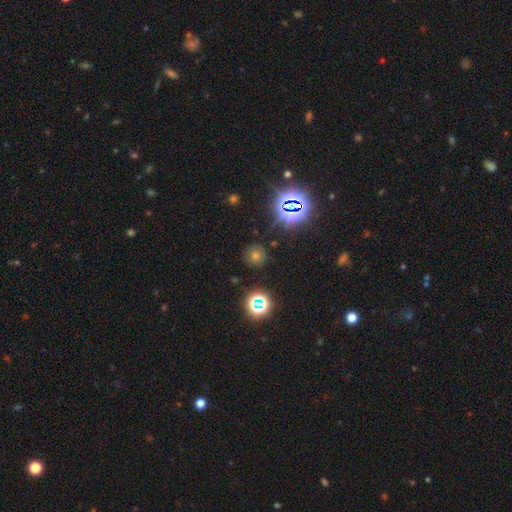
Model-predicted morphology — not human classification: type=star or artifact (47%).